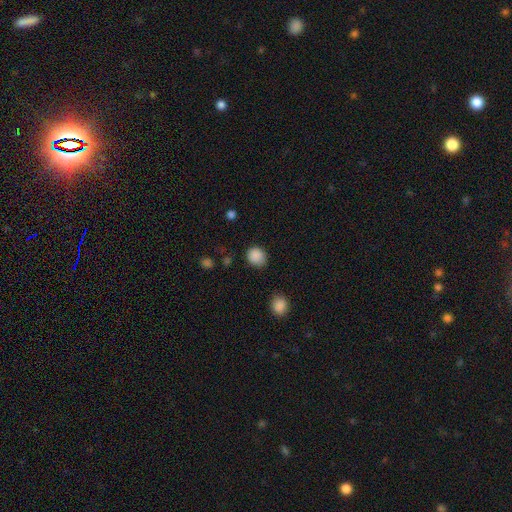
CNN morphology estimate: Smooth or featured? smooth (88%)
How rounded? round (79%)
Merging? none (80%)